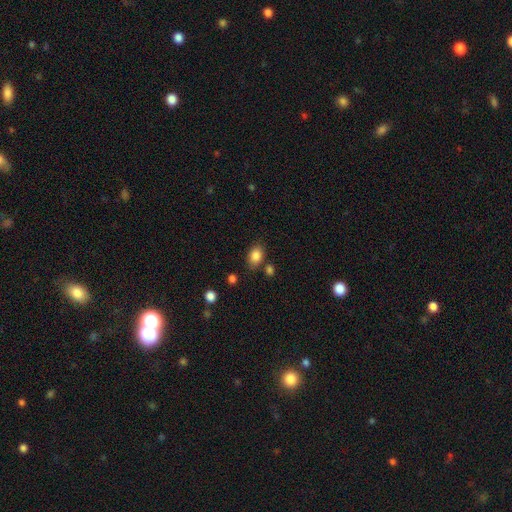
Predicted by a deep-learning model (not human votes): The model was most divided on "how rounded": in between: 77%, round: 22%, cigar-shaped: 1%. More confident: smooth or featured — smooth (85%); merging — none (76%).